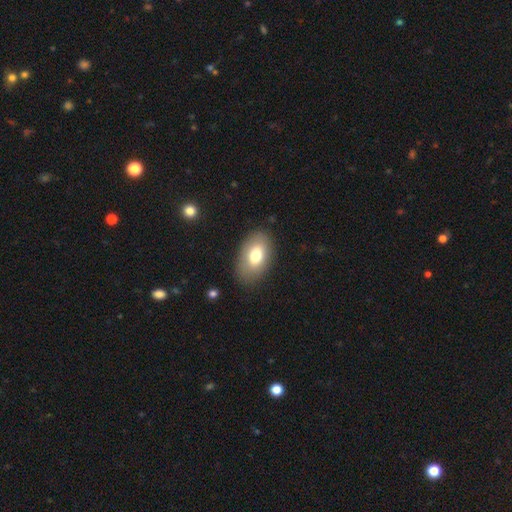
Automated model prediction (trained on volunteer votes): Morphology: type=smooth (75%); roundness=in between (92%); merging=none (83%).